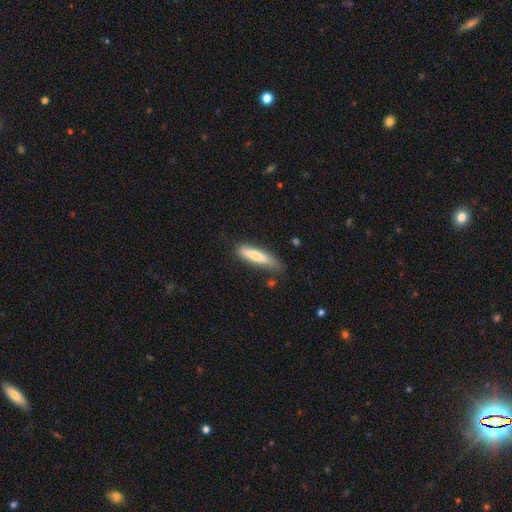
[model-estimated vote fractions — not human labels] Overall: smooth (74%). How rounded: cigar-shaped (80%). Merging: none (73%).